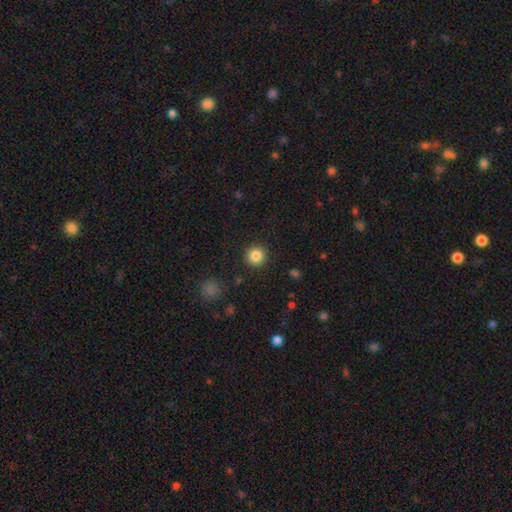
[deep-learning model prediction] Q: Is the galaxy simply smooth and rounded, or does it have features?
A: smooth — 85%.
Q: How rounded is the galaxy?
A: round — 95%.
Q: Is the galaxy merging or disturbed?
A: none — 91%.